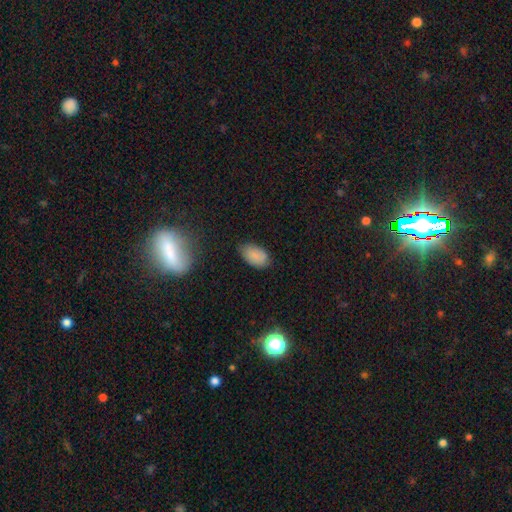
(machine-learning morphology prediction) Overall: smooth (85%). How rounded: in between (94%). Merging: none (74%).